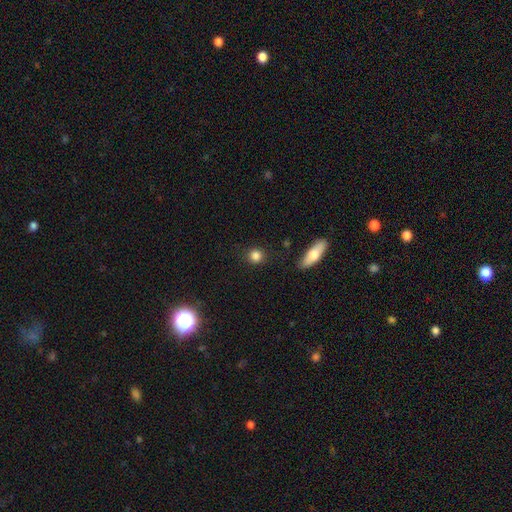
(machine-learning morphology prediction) Q: Smooth or featured?
A: smooth (85%); runner-up: star or artifact (9%)
Q: How rounded?
A: round (87%); runner-up: in between (11%)
Q: Merging?
A: none (87%); runner-up: minor disturbance (8%)